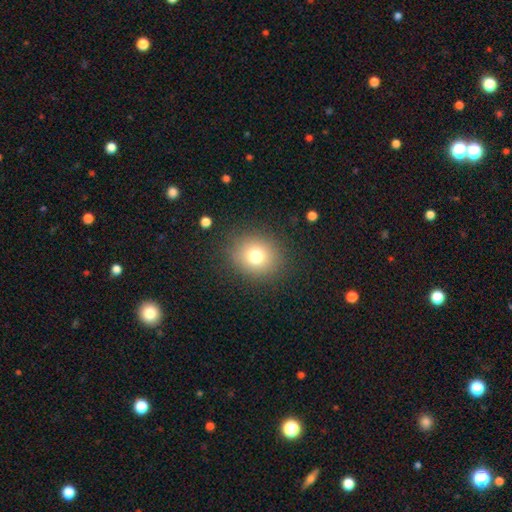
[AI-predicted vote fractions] A smooth galaxy with no disk features (75%) that is round (79%).

Vote fractions:
- Smooth or featured? smooth: 75% / star or artifact: 14% / featured or disk: 11%
- How rounded? round: 79% / in between: 21% / cigar-shaped: 1%
- Merging? none: 87% / minor disturbance: 8% / major disturbance: 4% / merger: 1%